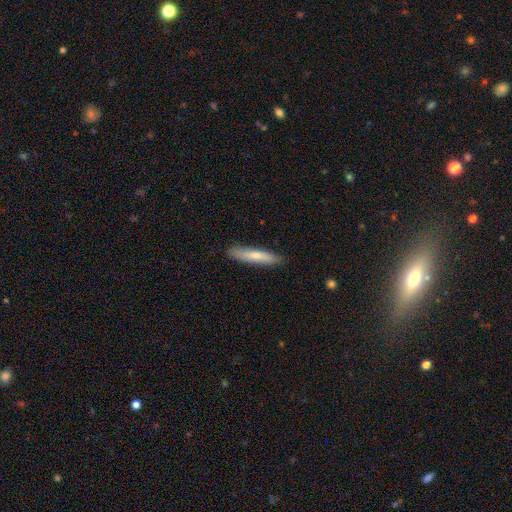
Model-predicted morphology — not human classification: smooth-or-featured: smooth: 72% | featured or disk: 22% | star or artifact: 5%
  how-rounded: cigar-shaped: 89% | in between: 10% | round: 1%
  merging: none: 88% | minor disturbance: 9% | major disturbance: 2% | merger: 1%